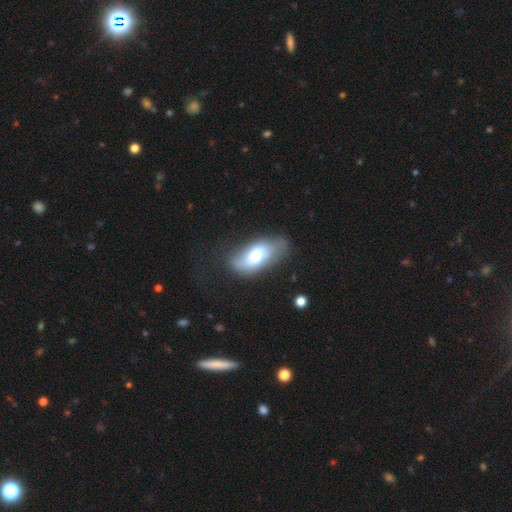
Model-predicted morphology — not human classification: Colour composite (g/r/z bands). It shows a smooth galaxy with no disk features (61%) that is in between round and cigar-shaped (88%). Merging: none (52%).